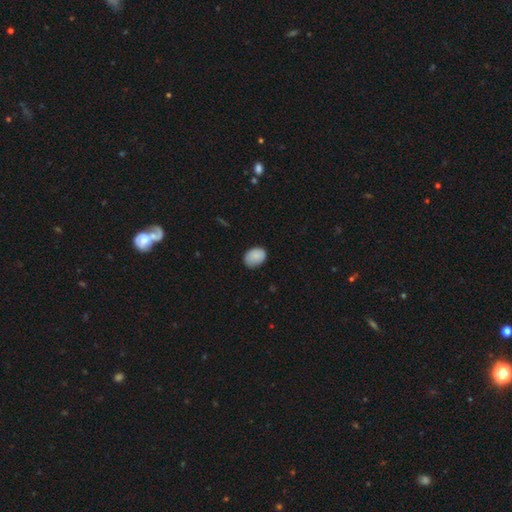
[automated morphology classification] Overall: smooth (86%). How rounded: in between (72%). Merging: none (75%).